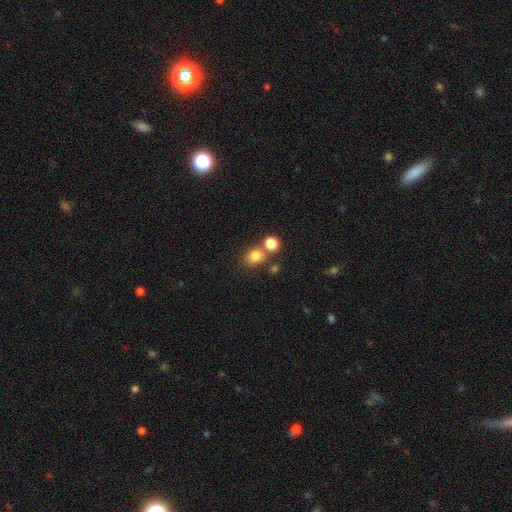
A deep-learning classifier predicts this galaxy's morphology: A smooth galaxy with no disk features (80%) that is round (72%). Merging: none (61%).